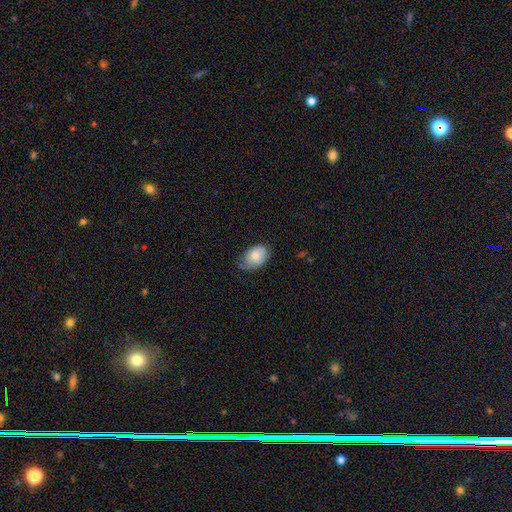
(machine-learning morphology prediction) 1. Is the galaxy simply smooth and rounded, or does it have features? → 81% smooth, 12% featured or disk, 7% star or artifact.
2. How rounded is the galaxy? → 87% in between, 12% round, 1% cigar-shaped.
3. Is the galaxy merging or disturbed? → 62% none, 31% minor disturbance, 6% major disturbance, 1% merger.